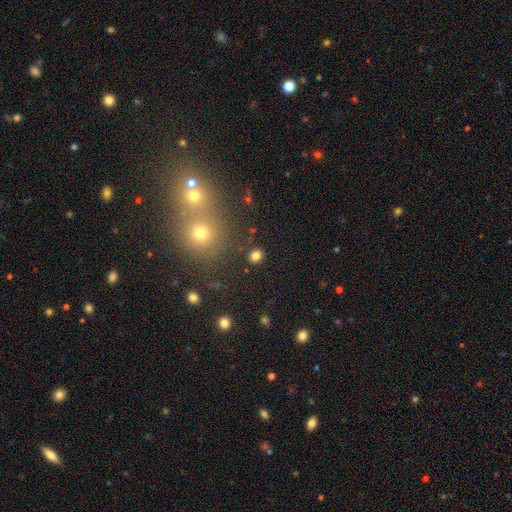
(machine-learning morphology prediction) Overall: smooth (80%). How rounded: round (68%; in between 31%). Merging: none (87%).